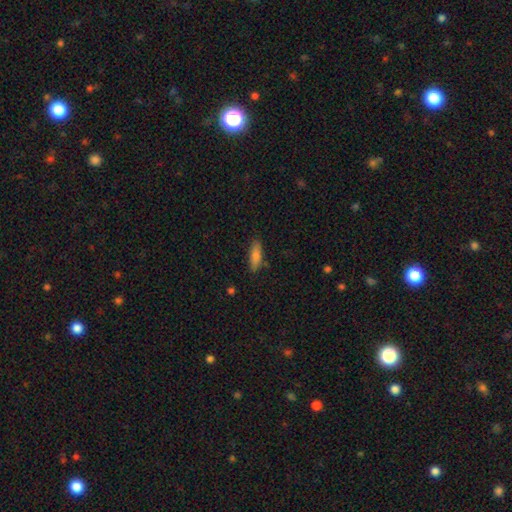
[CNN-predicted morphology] Smooth or featured: smooth — 78% (featured or disk — 15%)
How rounded: cigar-shaped — 50% (in between — 48%)
Merging: none — 82% (minor disturbance — 13%)